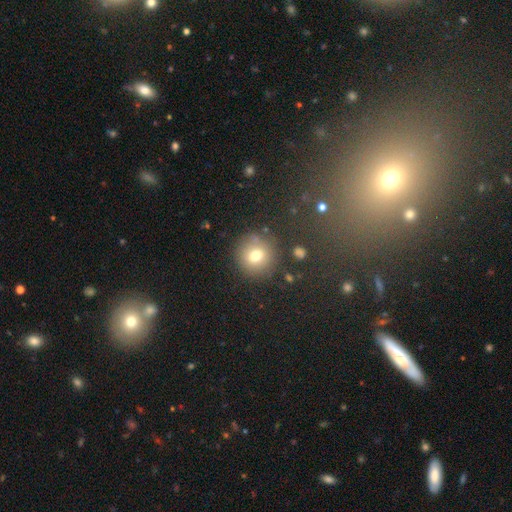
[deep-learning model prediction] Morphology: type=smooth (73%); roundness=round (91%); merging=none (81%).